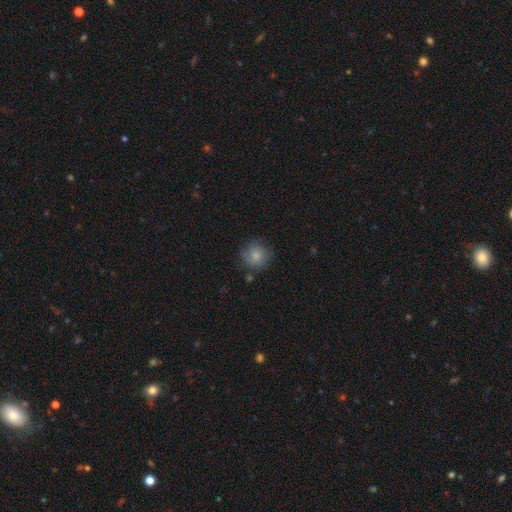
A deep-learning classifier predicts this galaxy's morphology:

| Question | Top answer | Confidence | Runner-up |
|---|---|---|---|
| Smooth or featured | smooth | 84% | star or artifact (9%) |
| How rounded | round | 92% | in between (7%) |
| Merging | none | 81% | minor disturbance (13%) |